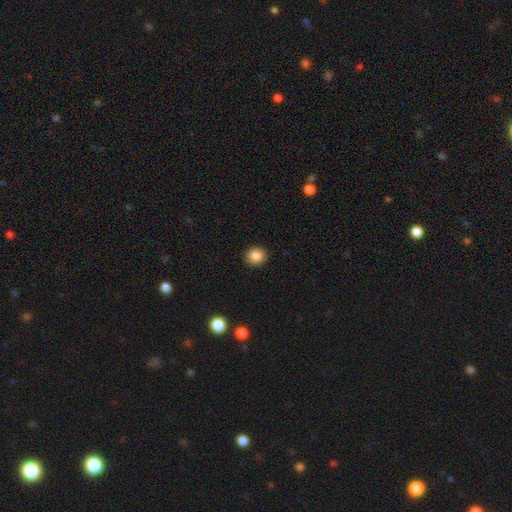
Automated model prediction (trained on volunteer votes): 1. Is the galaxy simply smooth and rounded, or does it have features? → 85% smooth, 10% star or artifact, 5% featured or disk.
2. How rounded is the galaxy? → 87% round, 12% in between, 1% cigar-shaped.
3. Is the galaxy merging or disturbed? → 91% none, 6% minor disturbance, 2% major disturbance, 1% merger.